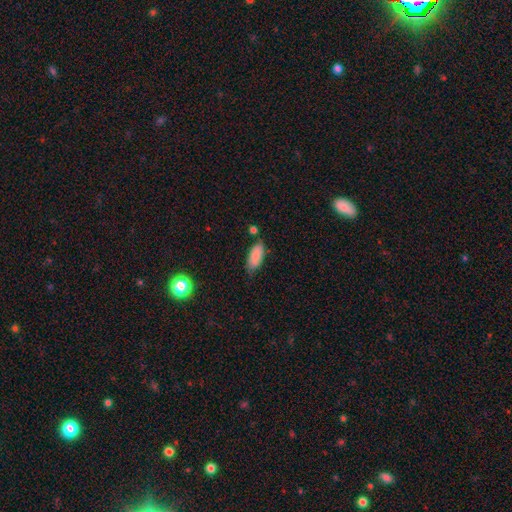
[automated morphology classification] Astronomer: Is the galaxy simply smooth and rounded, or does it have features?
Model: smooth — 85%.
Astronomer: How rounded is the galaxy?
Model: in between — 85%.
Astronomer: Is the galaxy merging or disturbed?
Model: none — 70%.